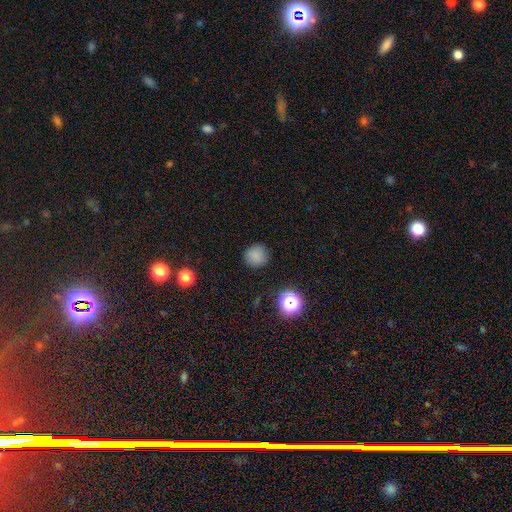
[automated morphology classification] Smooth or featured? smooth (81%)
How rounded? round (93%)
Merging? none (88%)